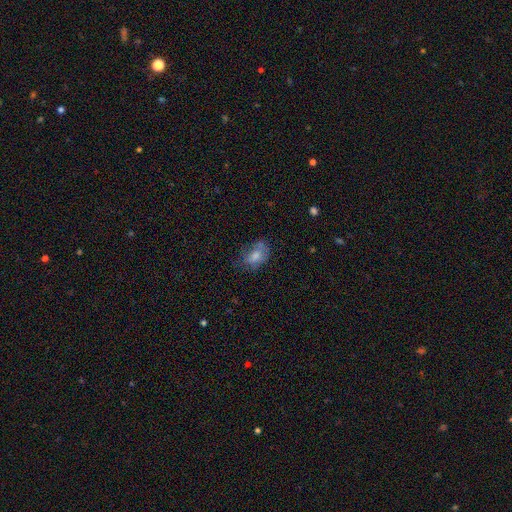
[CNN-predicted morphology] This appears to be a smooth galaxy with no disk features (59%) that is in between round and cigar-shaped (78%). Merging: none (52%).